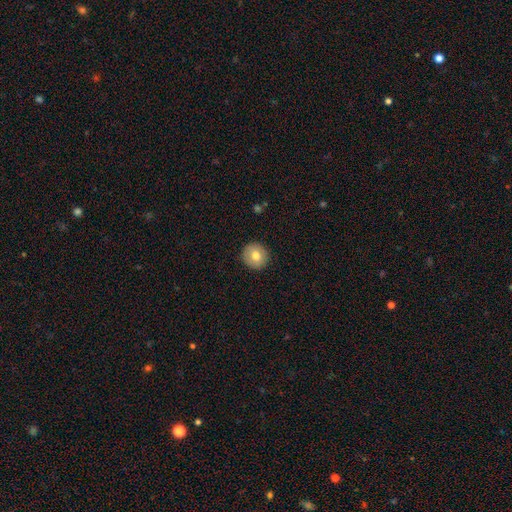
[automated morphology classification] Smooth or featured?
  - smooth: 75% *
  - featured or disk: 17%
  - star or artifact: 8%
How rounded?
  - round: 93% *
  - in between: 6%
  - cigar-shaped: 1%
Merging?
  - none: 91% *
  - minor disturbance: 6%
  - major disturbance: 2%
  - merger: 1%